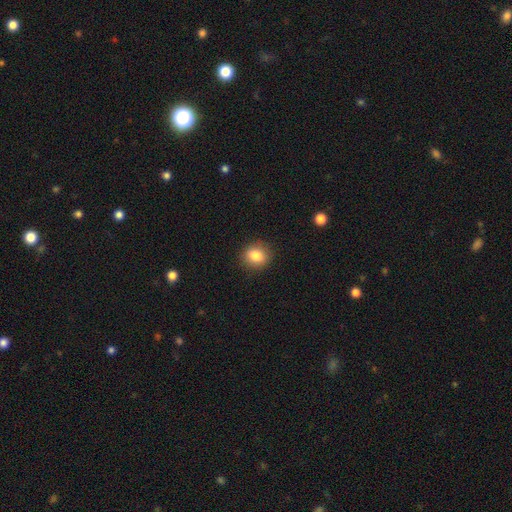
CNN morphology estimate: Smooth or featured: smooth — 83% (star or artifact — 10%)
How rounded: round — 69% (in between — 30%)
Merging: none — 88% (minor disturbance — 8%)